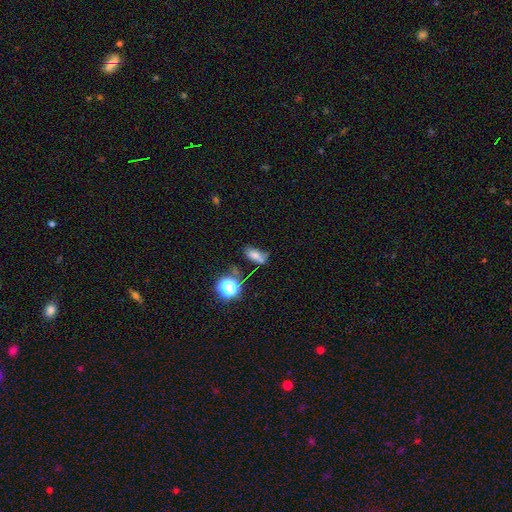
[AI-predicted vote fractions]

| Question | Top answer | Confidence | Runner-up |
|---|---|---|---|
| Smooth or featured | smooth | 65% | star or artifact (20%) |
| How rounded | in between | 81% | round (12%) |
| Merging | none | 41% | minor disturbance (23%) |